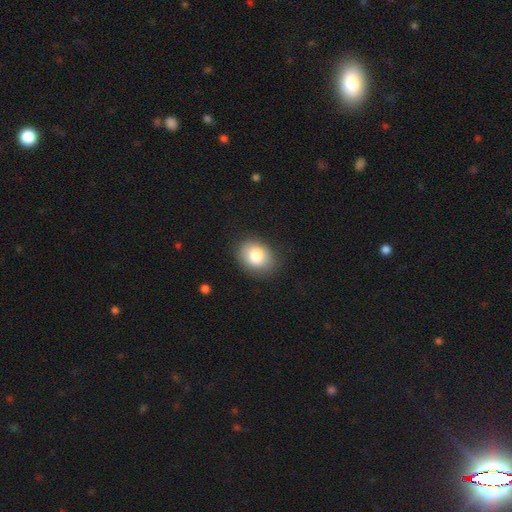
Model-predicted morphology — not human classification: Smooth or featured?
  - smooth: 84% *
  - featured or disk: 8%
  - star or artifact: 8%
How rounded?
  - in between: 56% *
  - round: 43%
  - cigar-shaped: 1%
Merging?
  - none: 82% *
  - minor disturbance: 13%
  - major disturbance: 4%
  - merger: 1%